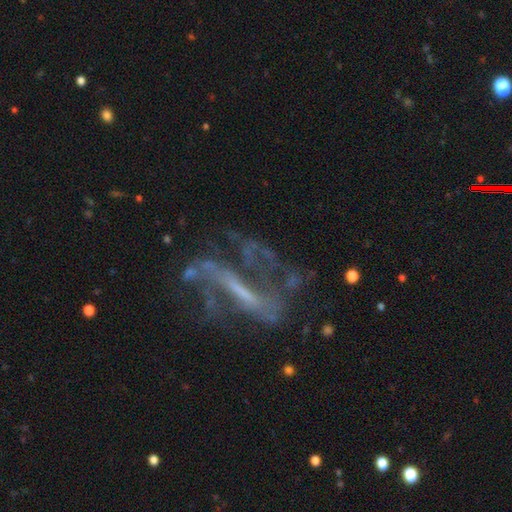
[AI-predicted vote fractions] Q: Smooth or featured?
A: featured or disk (73%); runner-up: star or artifact (14%)
Q: Edge-on disk?
A: no (79%); runner-up: yes (21%)
Q: Bar?
A: strong (52%); runner-up: weak (25%)
Q: Spiral arms?
A: yes (57%); runner-up: no (43%)
Q: Bulge size?
A: none (46%); runner-up: small (30%)
Q: Merging?
A: none (43%); runner-up: major disturbance (33%)